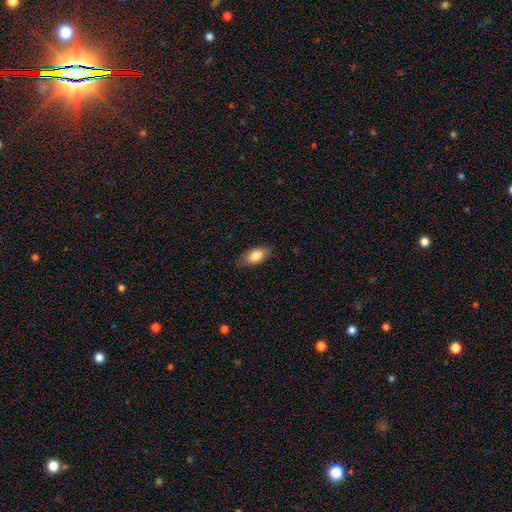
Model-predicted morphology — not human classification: Smooth or featured? Predicted: smooth (p=0.82). How rounded? Predicted: in between (p=0.88). Merging? Predicted: none (p=0.82).